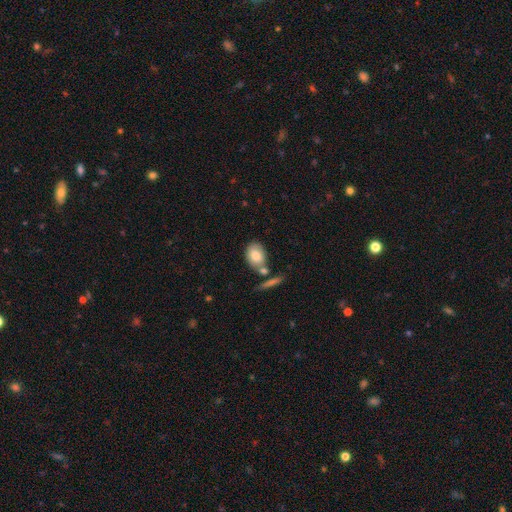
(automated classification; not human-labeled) A smooth galaxy with no disk features (82%) that is in between round and cigar-shaped (76%). Merging: none (59%).